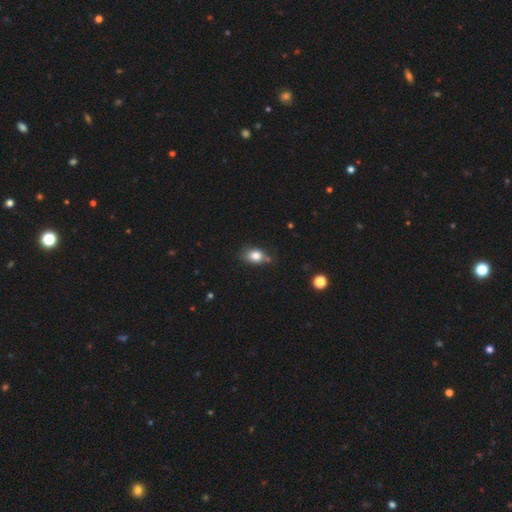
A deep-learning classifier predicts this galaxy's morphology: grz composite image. It shows a smooth galaxy with no disk features (81%) that is in between round and cigar-shaped (69%). Merging: none (63%).